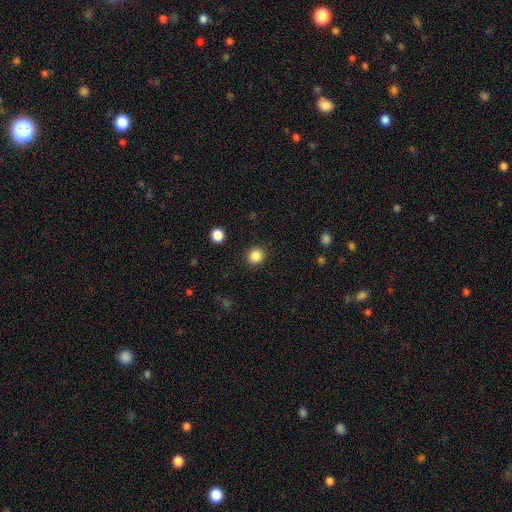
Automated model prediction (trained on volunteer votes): smooth_or_featured: smooth (p=0.86) [alt: star or artifact p=0.11]
how_rounded: round (p=0.92) [alt: in between p=0.07]
merging: none (p=0.91) [alt: minor disturbance p=0.05]